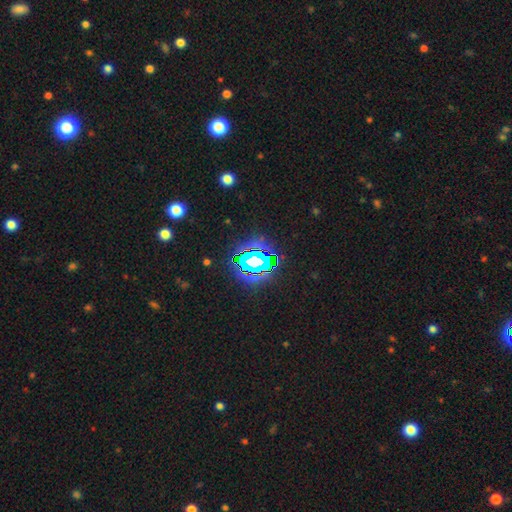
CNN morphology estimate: The model was most divided on "smooth or featured": star or artifact: 83%, smooth: 10%, featured or disk: 7%.